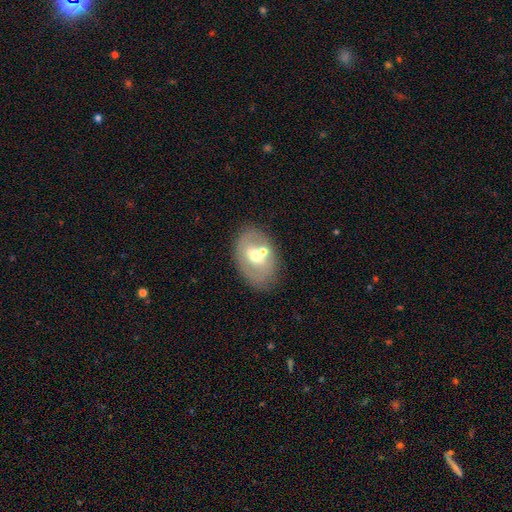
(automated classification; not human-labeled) A smooth galaxy with no disk features (47%).

Vote fractions:
- Smooth or featured? smooth: 47% / featured or disk: 45% / star or artifact: 8%
- Merging? none: 63% / merger: 17% / minor disturbance: 15% / major disturbance: 5%